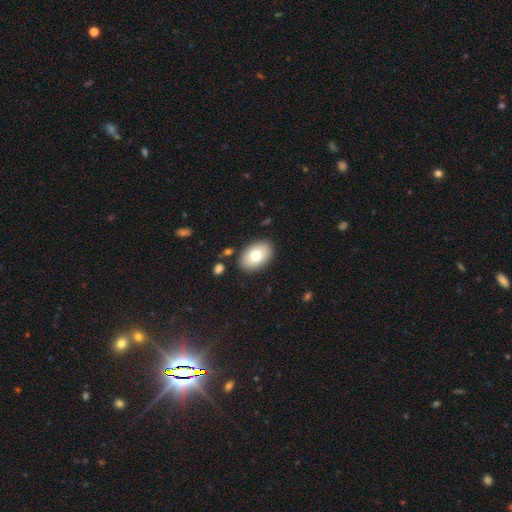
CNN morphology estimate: Smooth or featured?
  - smooth: 75% *
  - featured or disk: 18%
  - star or artifact: 7%
How rounded?
  - in between: 89% *
  - round: 10%
  - cigar-shaped: 1%
Merging?
  - none: 87% *
  - minor disturbance: 8%
  - major disturbance: 2%
  - merger: 2%